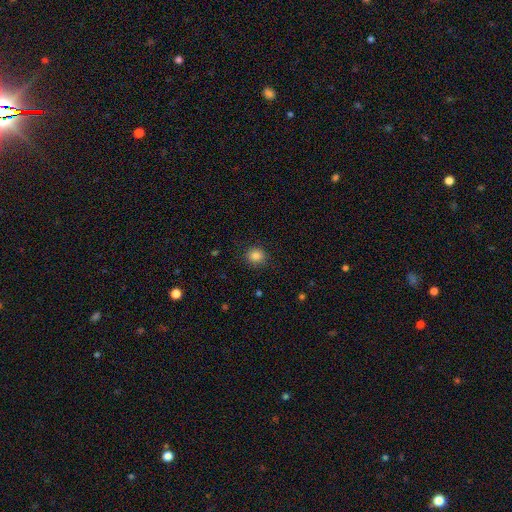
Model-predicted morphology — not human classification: A smooth galaxy with no disk features (85%) that is round (83%).

Vote fractions:
- Smooth or featured? smooth: 85% / star or artifact: 11% / featured or disk: 4%
- How rounded? round: 83% / in between: 16% / cigar-shaped: 1%
- Merging? none: 87% / minor disturbance: 10% / major disturbance: 3% / merger: 1%